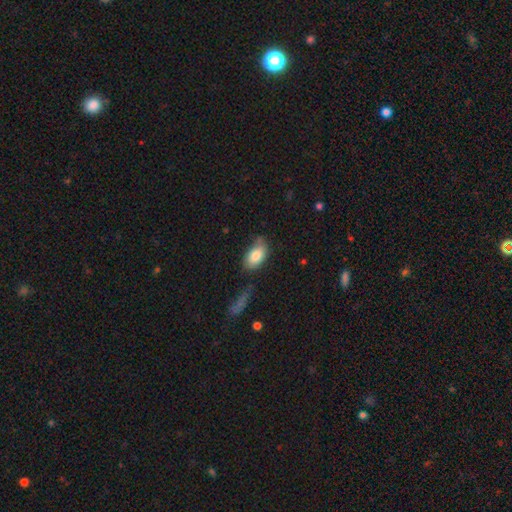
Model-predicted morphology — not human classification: Smooth or featured: smooth — 83% (featured or disk — 10%)
How rounded: in between — 92% (round — 6%)
Merging: none — 57% (minor disturbance — 29%)